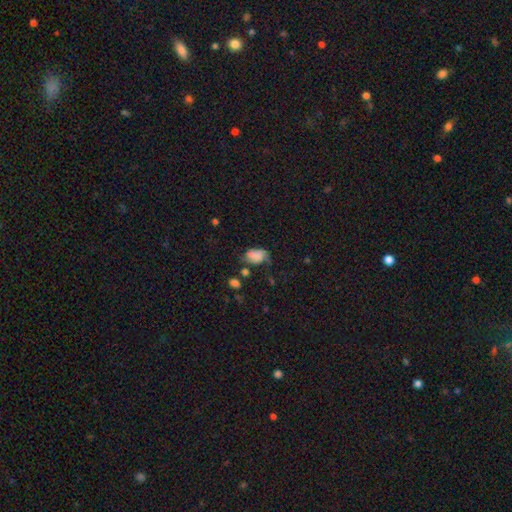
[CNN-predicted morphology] Smooth or featured?
  - smooth: 68% *
  - featured or disk: 20%
  - star or artifact: 11%
How rounded?
  - in between: 85% *
  - round: 14%
  - cigar-shaped: 2%
Merging?
  - none: 34% *
  - minor disturbance: 32%
  - major disturbance: 24%
  - merger: 9%